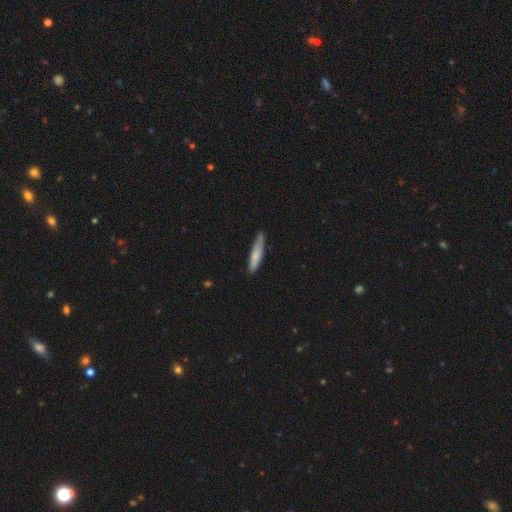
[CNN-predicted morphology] type=smooth (71%); roundness=cigar-shaped (85%); merging=none (72%).